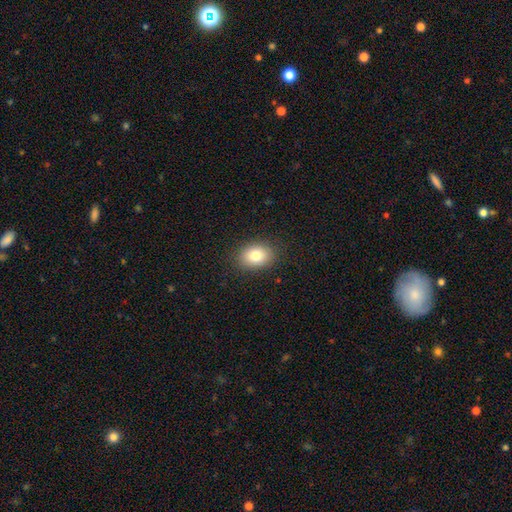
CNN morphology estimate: Smooth or featured: smooth — 81% (featured or disk — 10%)
How rounded: in between — 72% (round — 27%)
Merging: none — 87% (minor disturbance — 9%)